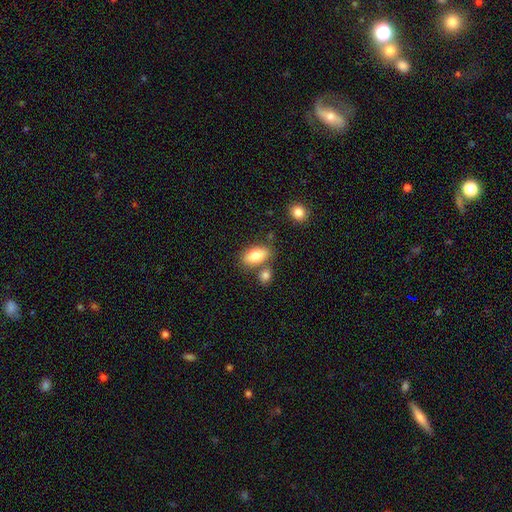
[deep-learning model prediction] smooth 80%, featured or disk 13%, star or artifact 7%. Down the decision tree: how rounded — in between (88%); merging — none (66%).